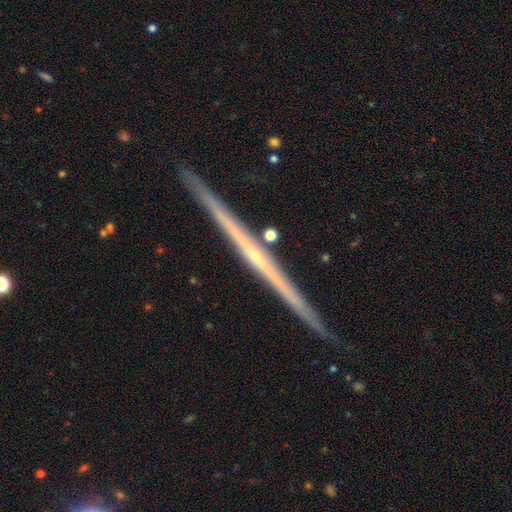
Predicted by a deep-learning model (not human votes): This is likely a featured or disk galaxy (79%). It is clearly viewed edge-on (98%). Edge-on bulge: likely none (65%). Merging: clearly none (90%).